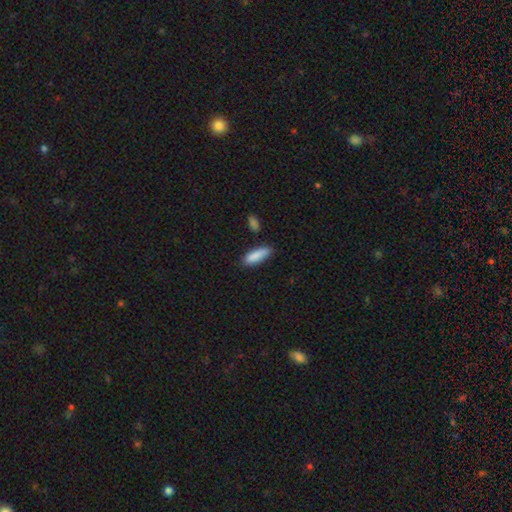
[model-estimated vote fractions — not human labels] A smooth galaxy with no disk features (87%) that is in between round and cigar-shaped (54%). Merging: none (77%).